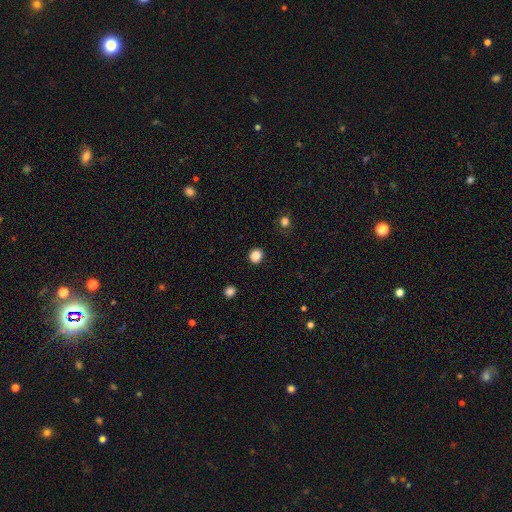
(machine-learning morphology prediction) This appears to be a smooth galaxy with no disk features (86%) that is round (86%). Merging: none (91%).